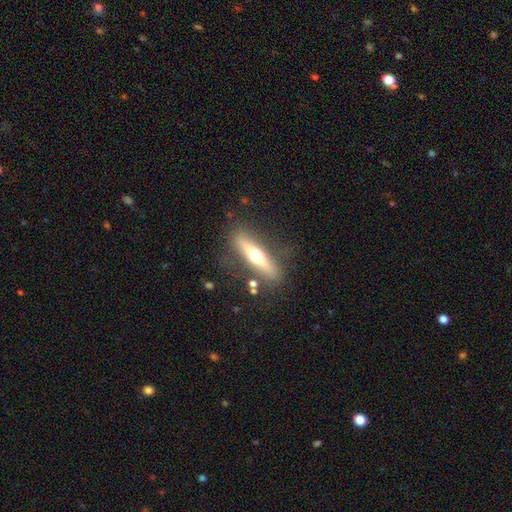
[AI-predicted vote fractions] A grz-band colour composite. It shows a featured or disk galaxy (55%) viewed edge-on (88%). Merging: none (82%).